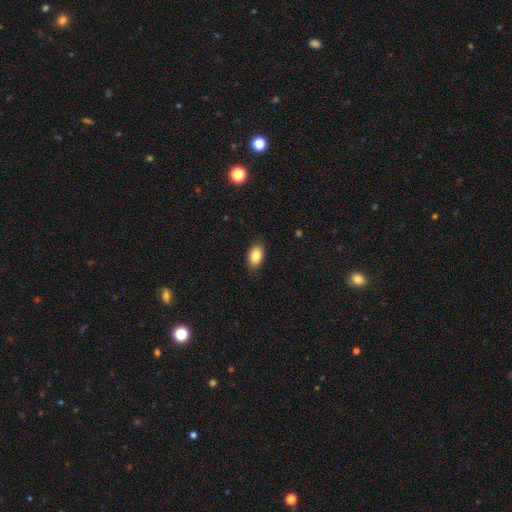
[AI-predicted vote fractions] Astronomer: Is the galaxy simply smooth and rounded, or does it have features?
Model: smooth — 87%.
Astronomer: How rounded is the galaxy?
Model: in between — 92%.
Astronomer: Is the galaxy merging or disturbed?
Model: none — 87%.